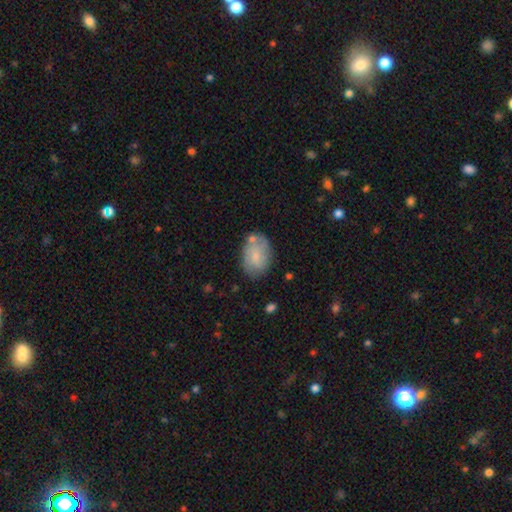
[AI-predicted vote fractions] Q: Smooth or featured?
A: smooth (72%); runner-up: featured or disk (21%)
Q: How rounded?
A: in between (84%); runner-up: round (14%)
Q: Merging?
A: none (65%); runner-up: minor disturbance (21%)